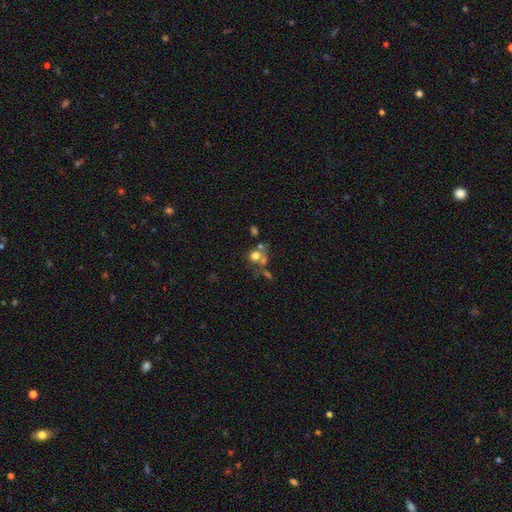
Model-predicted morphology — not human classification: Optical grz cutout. It shows a smooth galaxy with no disk features (64%) that is round (79%). Merging: merger (40%, tied with none).